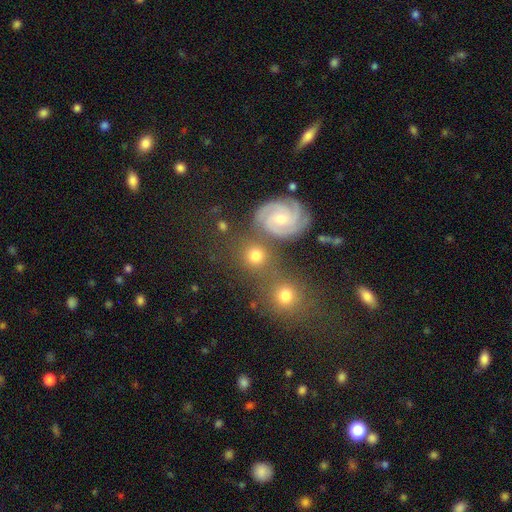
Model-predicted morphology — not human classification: type=smooth (50%); merging=none (72%).